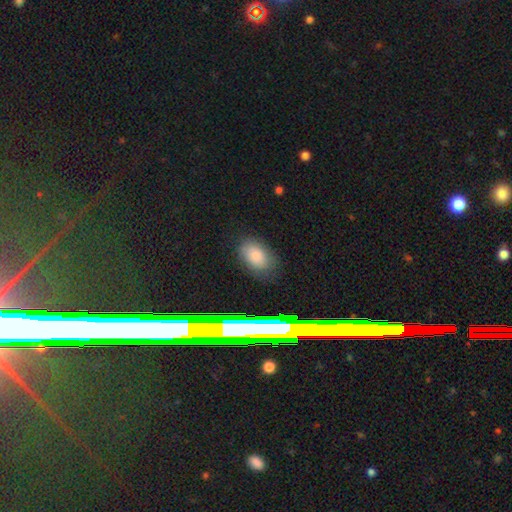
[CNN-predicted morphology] A smooth galaxy with no disk features (79%) that is in between round and cigar-shaped (85%). Merging: none (82%).